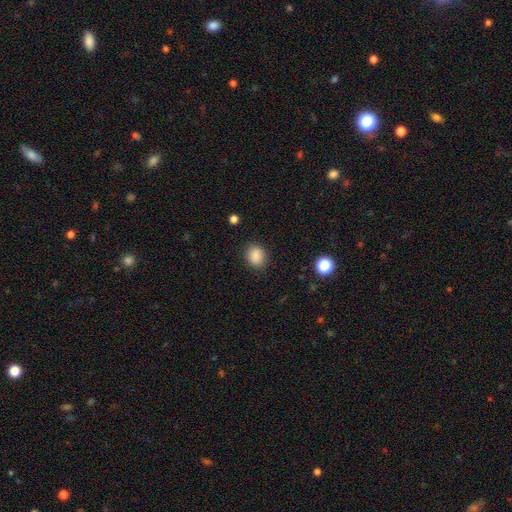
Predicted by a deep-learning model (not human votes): The model was most divided on "how rounded": round: 59%, in between: 40%, cigar-shaped: 1%. More confident: merging — none (88%); smooth or featured — smooth (87%).